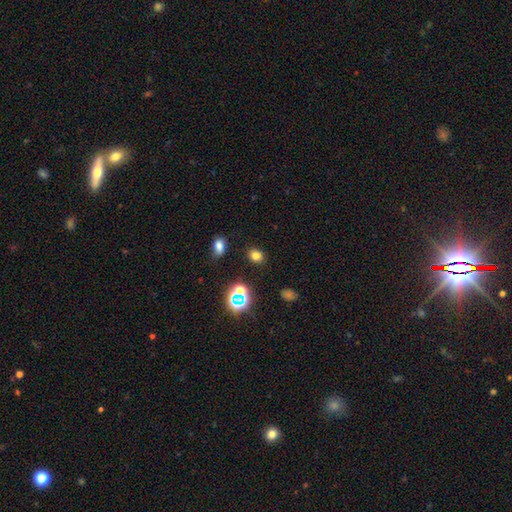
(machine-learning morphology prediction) Smooth or featured? Predicted: smooth (p=0.73). How rounded? Predicted: in between (p=0.54). Merging? Predicted: none (p=0.84).